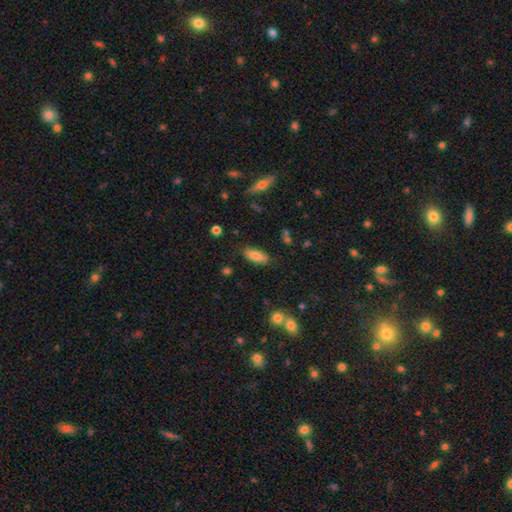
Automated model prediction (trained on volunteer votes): This is clearly a smooth galaxy (85%). How rounded: clearly in between (80%). Merging: clearly none (84%).